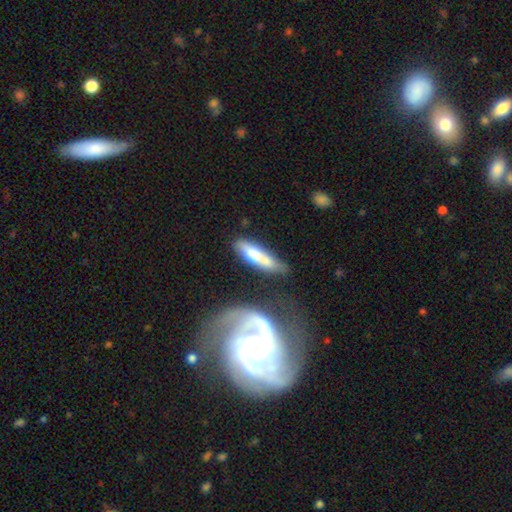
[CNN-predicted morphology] Smooth or featured: smooth — 63% (featured or disk — 30%)
How rounded: cigar-shaped — 65% (in between — 33%)
Merging: none — 49% (minor disturbance — 23%)